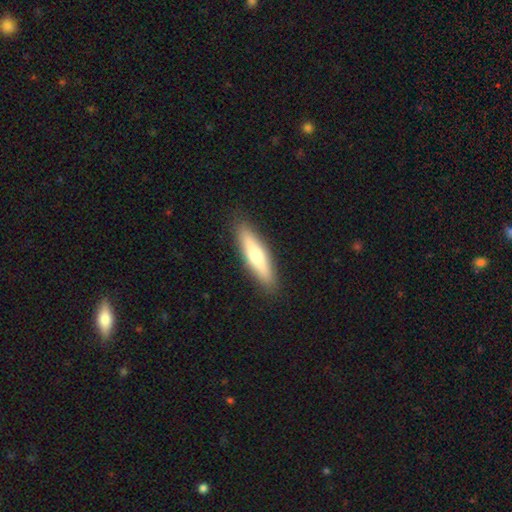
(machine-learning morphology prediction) Q: Smooth or featured?
A: smooth (64%); runner-up: featured or disk (30%)
Q: How rounded?
A: cigar-shaped (77%); runner-up: in between (21%)
Q: Merging?
A: none (89%); runner-up: minor disturbance (8%)